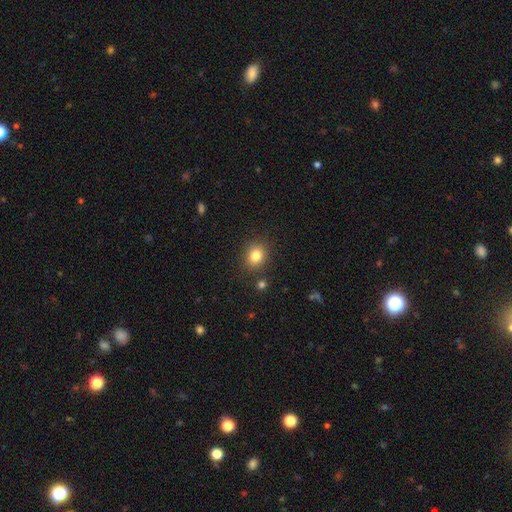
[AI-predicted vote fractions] Overall: smooth (82%). How rounded: round (69%; in between 30%). Merging: none (85%).